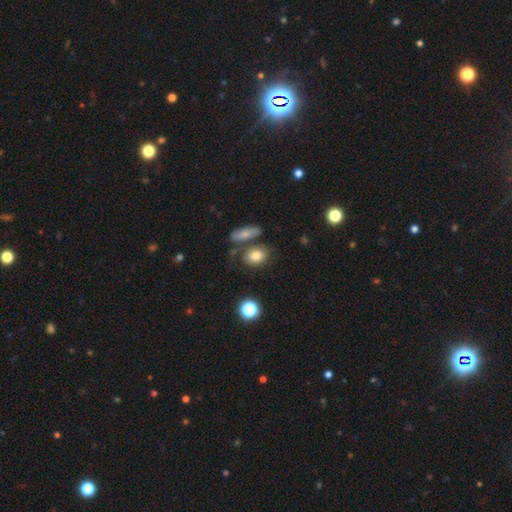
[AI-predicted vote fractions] Q: Smooth or featured?
A: smooth (78%); runner-up: featured or disk (11%)
Q: How rounded?
A: in between (56%); runner-up: round (41%)
Q: Merging?
A: none (63%); runner-up: merger (18%)